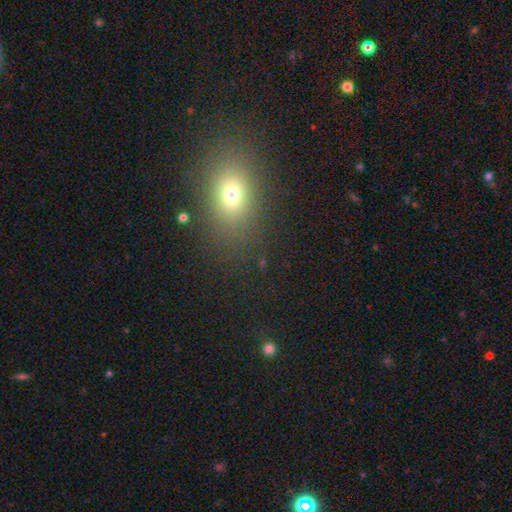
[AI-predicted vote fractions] smooth_or_featured: smooth (p=0.67) [alt: star or artifact p=0.22]
how_rounded: in between (p=0.70) [alt: round p=0.27]
merging: none (p=0.87) [alt: minor disturbance p=0.08]